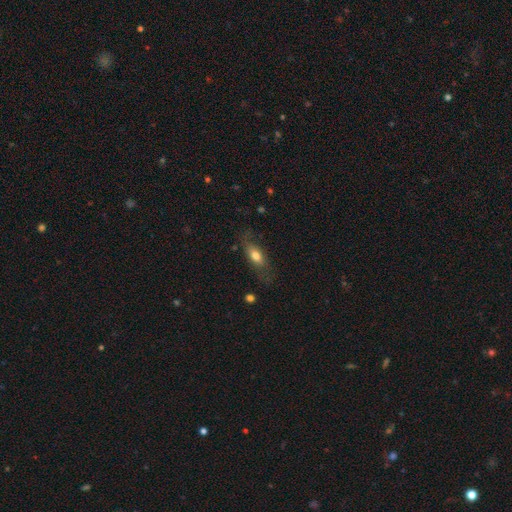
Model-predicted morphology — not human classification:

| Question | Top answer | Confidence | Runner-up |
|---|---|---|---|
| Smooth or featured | smooth | 67% | featured or disk (25%) |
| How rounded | in between | 74% | cigar-shaped (21%) |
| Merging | none | 62% | minor disturbance (23%) |